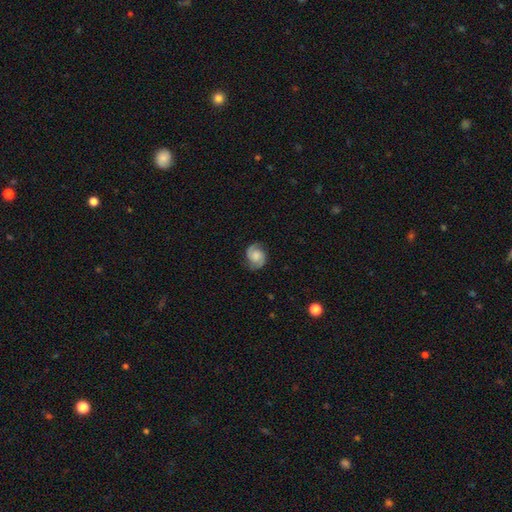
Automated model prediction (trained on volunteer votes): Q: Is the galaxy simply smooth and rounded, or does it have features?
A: featured or disk — 75%.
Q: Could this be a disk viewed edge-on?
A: no — 98%.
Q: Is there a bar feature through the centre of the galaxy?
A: no — 64%.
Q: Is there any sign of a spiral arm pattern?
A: yes — 96%.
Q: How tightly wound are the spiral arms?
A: medium — 49%.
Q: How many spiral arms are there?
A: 2 — 92%.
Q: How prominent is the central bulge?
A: moderate — 35%.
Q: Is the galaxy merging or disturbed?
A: none — 82%.